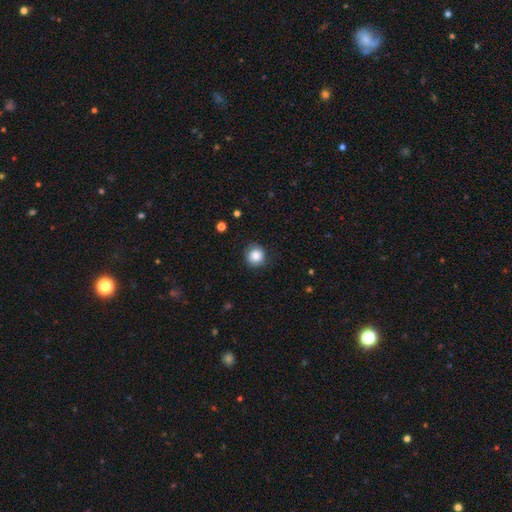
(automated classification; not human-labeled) Q: Smooth or featured?
A: smooth (85%); runner-up: star or artifact (9%)
Q: How rounded?
A: round (91%); runner-up: in between (8%)
Q: Merging?
A: none (83%); runner-up: minor disturbance (13%)